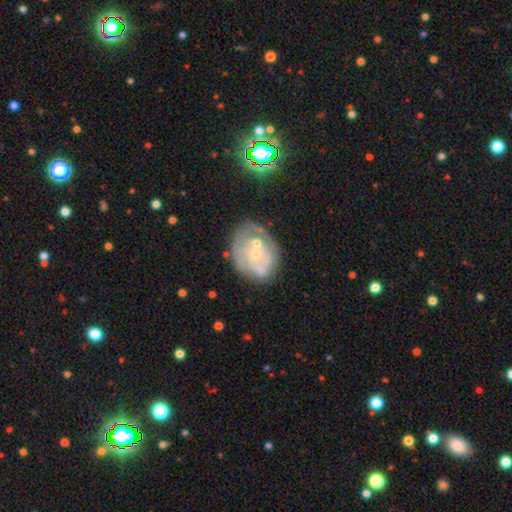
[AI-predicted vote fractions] Smooth or featured? featured or disk (64%)
Edge-on disk? no (97%)
Bar? no (87%)
Spiral arms? no (59%)
Bulge size? small (67%)
Merging? none (50%)